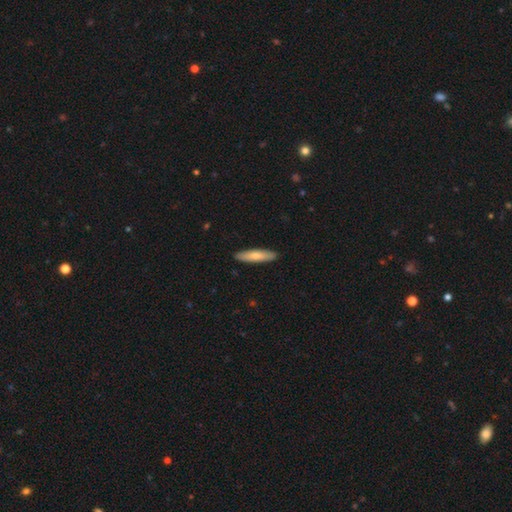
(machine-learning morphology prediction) smooth_or_featured: smooth (p=0.71) [alt: featured or disk p=0.24]
how_rounded: cigar-shaped (p=0.77) [alt: in between p=0.22]
merging: none (p=0.90) [alt: minor disturbance p=0.07]